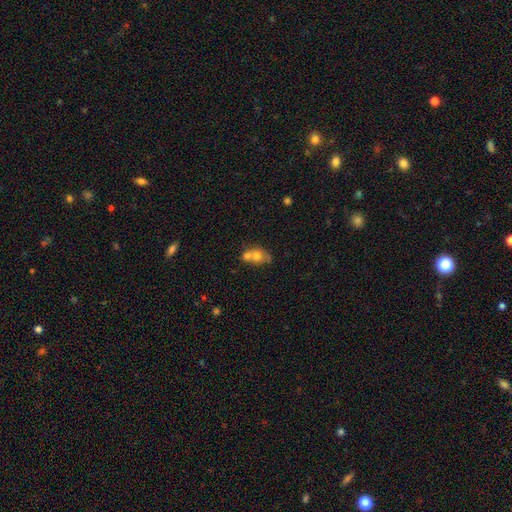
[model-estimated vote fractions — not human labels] Smooth or featured? Predicted: smooth (p=0.66). How rounded? Predicted: round (p=0.51). Merging? Predicted: merger (p=0.61).